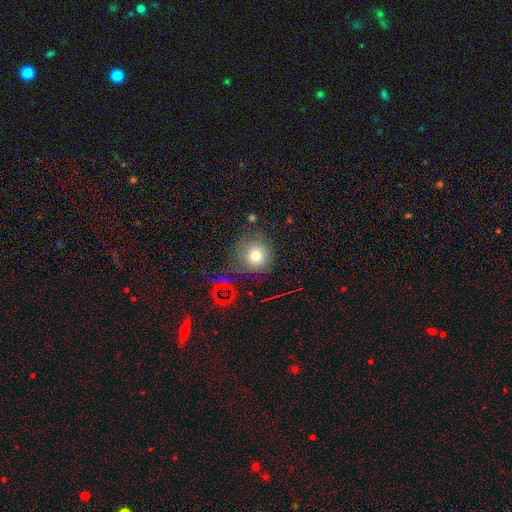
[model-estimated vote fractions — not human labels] The model was most divided on "smooth or featured": smooth: 72%, star or artifact: 18%, featured or disk: 10%. More confident: how rounded — round (91%); merging — none (77%).